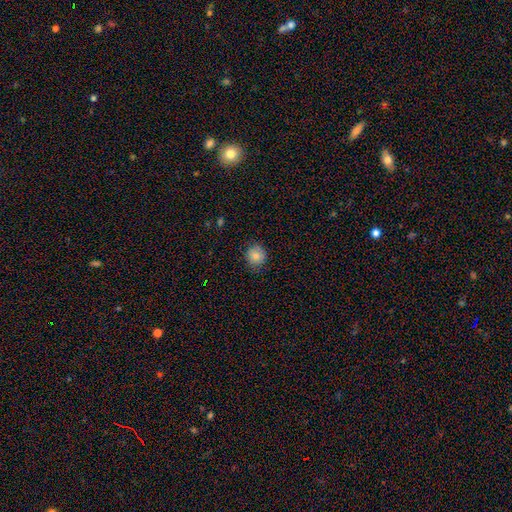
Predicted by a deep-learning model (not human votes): Smooth or featured? smooth (82%)
How rounded? round (86%)
Merging? none (79%)